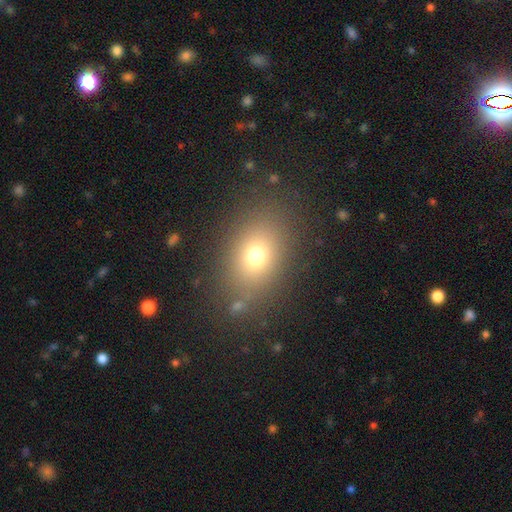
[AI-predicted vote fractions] A smooth galaxy with no disk features (72%) that is in between round and cigar-shaped (67%).

Vote fractions:
- Smooth or featured? smooth: 72% / star or artifact: 16% / featured or disk: 12%
- How rounded? in between: 67% / round: 32% / cigar-shaped: 2%
- Merging? none: 82% / minor disturbance: 10% / major disturbance: 5% / merger: 3%